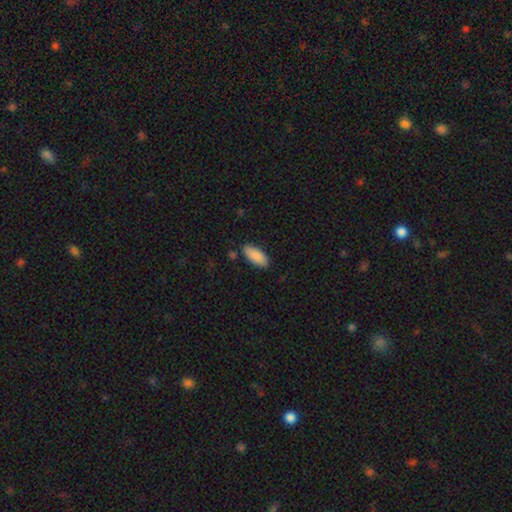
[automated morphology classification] Smooth or featured?
  - smooth: 89% *
  - star or artifact: 6%
  - featured or disk: 5%
How rounded?
  - in between: 88% *
  - cigar-shaped: 11%
  - round: 2%
Merging?
  - none: 85% *
  - minor disturbance: 11%
  - major disturbance: 2%
  - merger: 2%